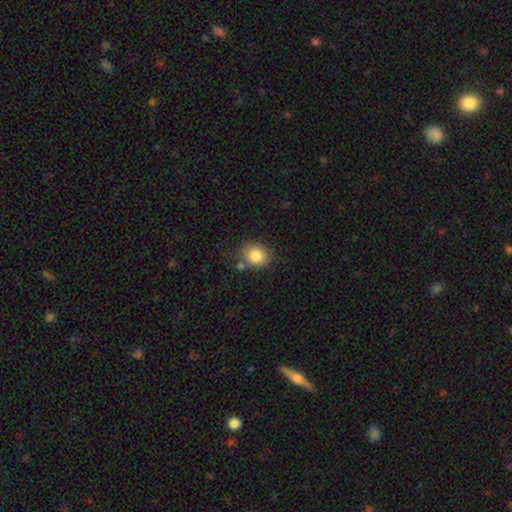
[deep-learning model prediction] Q: Smooth or featured?
A: smooth (84%); runner-up: star or artifact (9%)
Q: How rounded?
A: round (62%); runner-up: in between (37%)
Q: Merging?
A: none (68%); runner-up: minor disturbance (16%)